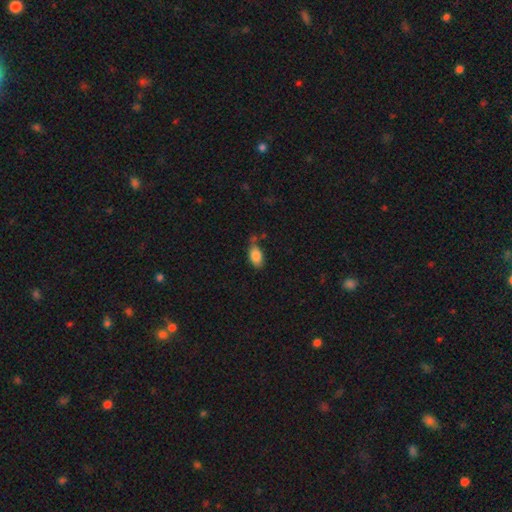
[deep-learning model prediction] This appears to be a smooth galaxy with no disk features (85%) that is in between round and cigar-shaped (91%). Merging: none (58%).